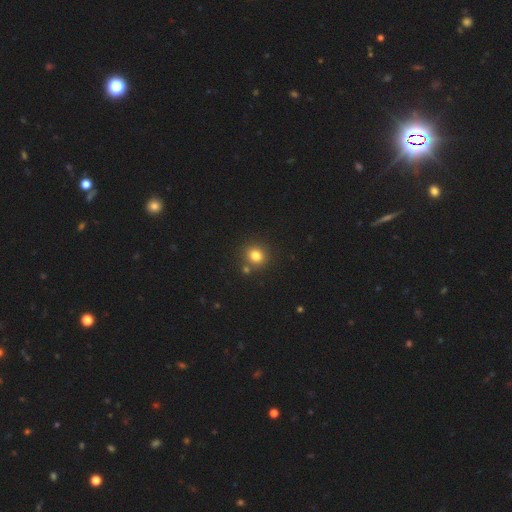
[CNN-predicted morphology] A smooth galaxy with no disk features (80%) that is round (85%). Merging: none (79%).